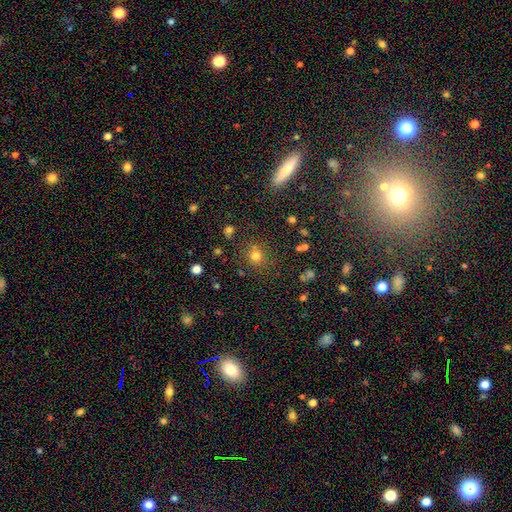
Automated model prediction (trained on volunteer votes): A smooth galaxy with no disk features (73%) that is round (86%).

Vote fractions:
- Smooth or featured? smooth: 73% / star or artifact: 20% / featured or disk: 7%
- How rounded? round: 86% / in between: 13% / cigar-shaped: 1%
- Merging? none: 77% / minor disturbance: 11% / merger: 8% / major disturbance: 4%